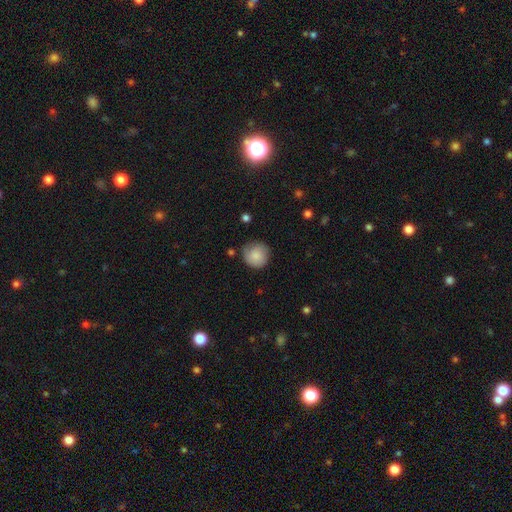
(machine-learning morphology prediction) Overall: smooth (85%). How rounded: round (93%). Merging: none (76%).